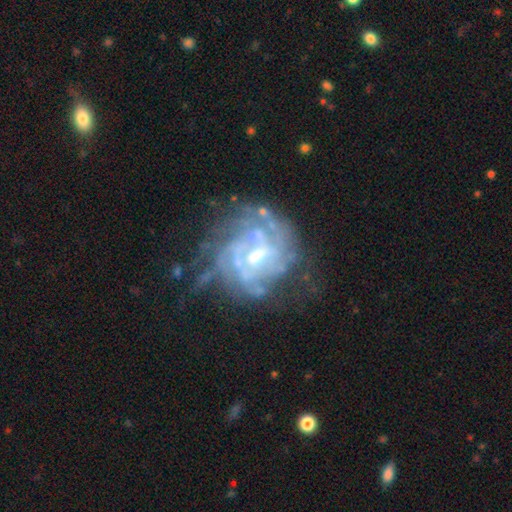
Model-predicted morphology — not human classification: This appears to be a featured or disk galaxy (85%) with a weak bar (49%), tight (58%) spiral arms (89%) and a small central bulge (53%). Merging: none (57%).